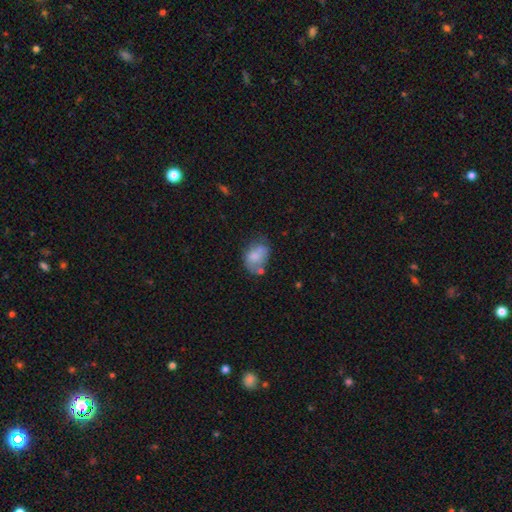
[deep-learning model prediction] smooth_or_featured: smooth (p=0.68) [alt: featured or disk p=0.23]
how_rounded: in between (p=0.74) [alt: round p=0.25]
merging: none (p=0.37) [alt: minor disturbance p=0.29]